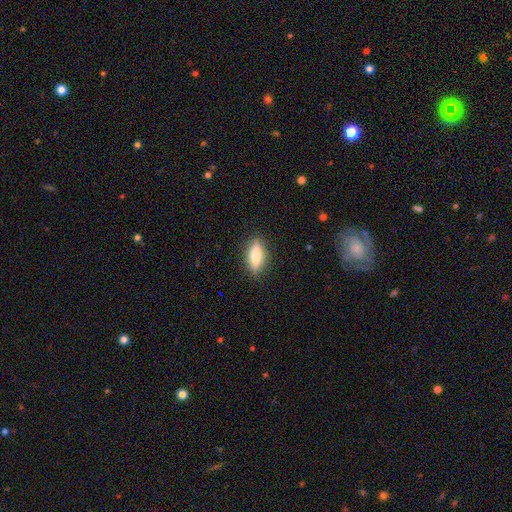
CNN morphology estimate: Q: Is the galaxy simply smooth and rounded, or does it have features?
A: smooth — 70%.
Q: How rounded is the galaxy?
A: in between — 58%.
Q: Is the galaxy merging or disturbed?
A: none — 87%.